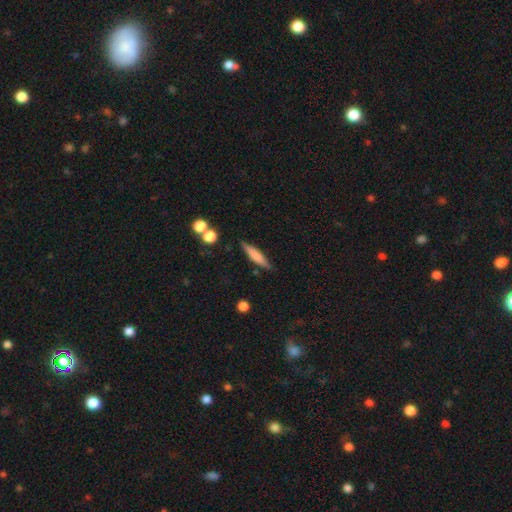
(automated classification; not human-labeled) smooth 66%, featured or disk 28%, star or artifact 7%. Down the decision tree: how rounded — cigar-shaped (84%); merging — none (84%).